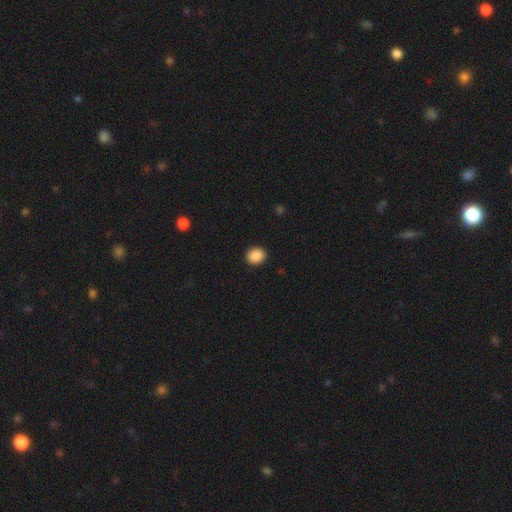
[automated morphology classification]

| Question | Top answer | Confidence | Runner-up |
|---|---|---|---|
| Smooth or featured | smooth | 89% | star or artifact (8%) |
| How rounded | round | 70% | in between (29%) |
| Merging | none | 91% | minor disturbance (6%) |